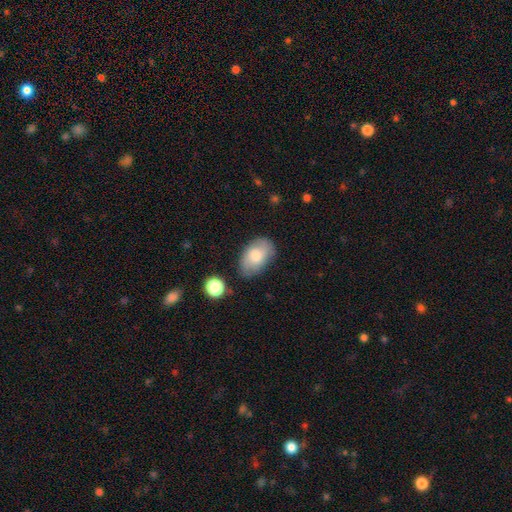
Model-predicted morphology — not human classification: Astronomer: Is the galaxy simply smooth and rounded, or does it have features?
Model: smooth — 68%.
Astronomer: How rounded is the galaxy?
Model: in between — 91%.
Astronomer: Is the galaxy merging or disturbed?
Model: none — 73%.